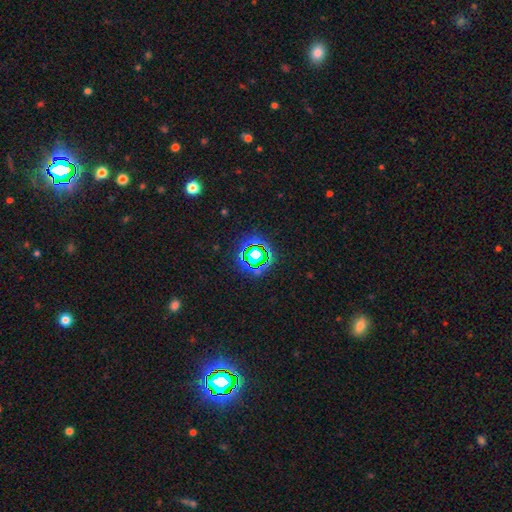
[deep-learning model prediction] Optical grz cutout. It shows a star or artifact, not a galaxy (70%).